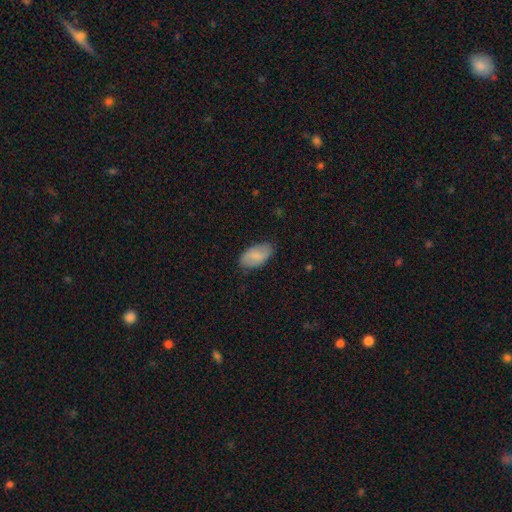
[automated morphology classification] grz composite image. It shows a smooth galaxy with no disk features (73%) that is in between round and cigar-shaped (94%). Merging: none (79%).